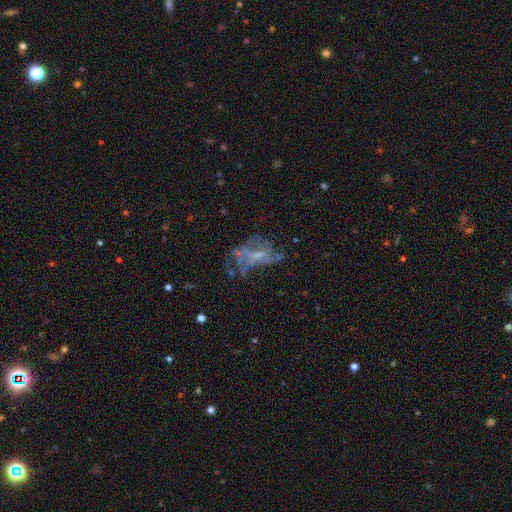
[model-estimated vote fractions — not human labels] featured or disk 62%, star or artifact 20%, smooth 18%. Down the decision tree: edge-on disk — no (96%); bar — no (68%); spiral arms — no (71%); bulge size — small (46%); merging — major disturbance (38%, tied with none).